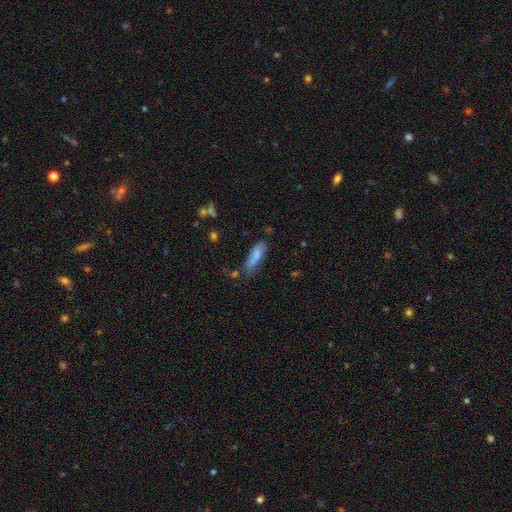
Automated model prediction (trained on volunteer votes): A smooth galaxy with no disk features (76%) that is in between round and cigar-shaped (56%).

Vote fractions:
- Smooth or featured? smooth: 76% / featured or disk: 16% / star or artifact: 8%
- How rounded? in between: 56% / cigar-shaped: 42% / round: 2%
- Merging? none: 42% / minor disturbance: 30% / merger: 14% / major disturbance: 14%